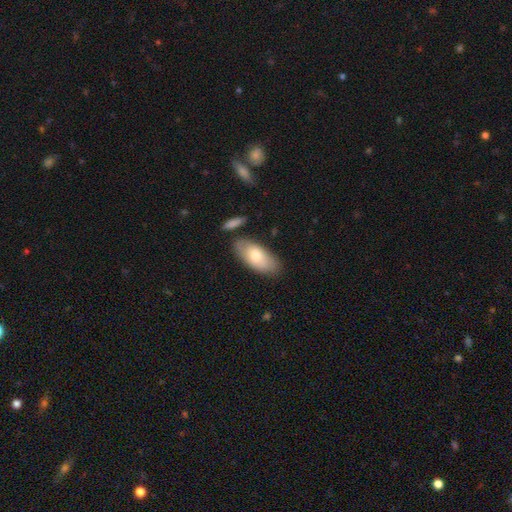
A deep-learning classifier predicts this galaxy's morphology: Smooth or featured?
  - smooth: 68% *
  - featured or disk: 27%
  - star or artifact: 6%
How rounded?
  - in between: 90% *
  - cigar-shaped: 7%
  - round: 3%
Merging?
  - none: 74% *
  - minor disturbance: 16%
  - merger: 6%
  - major disturbance: 4%